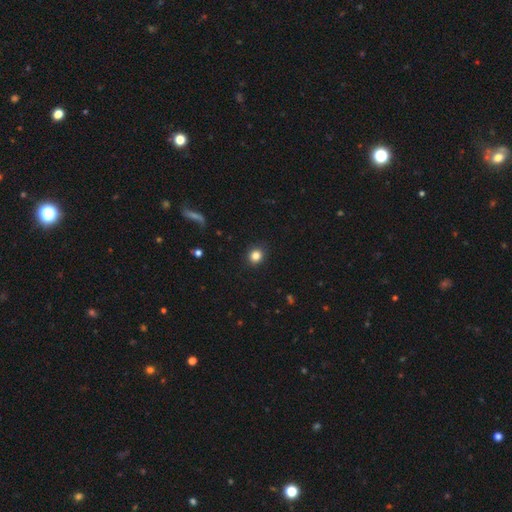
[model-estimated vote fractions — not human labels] Smooth or featured: smooth — 84% (star or artifact — 11%)
How rounded: round — 84% (in between — 15%)
Merging: none — 90% (minor disturbance — 7%)